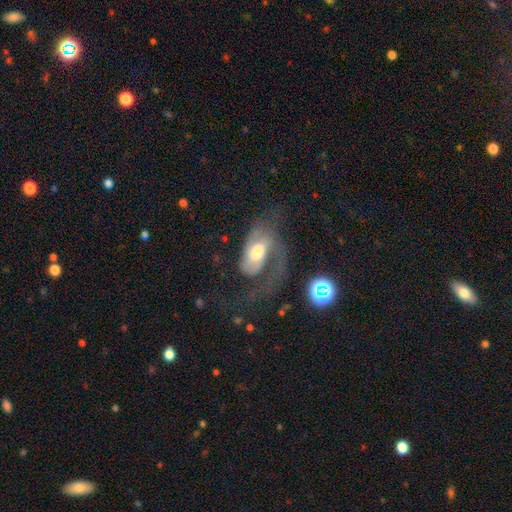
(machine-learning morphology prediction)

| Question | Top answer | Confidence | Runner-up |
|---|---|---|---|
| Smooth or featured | featured or disk | 69% | smooth (24%) |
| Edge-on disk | no | 96% | yes (4%) |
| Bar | no | 49% | weak (39%) |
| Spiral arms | yes | 84% | no (16%) |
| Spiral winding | loose | 45% | medium (39%) |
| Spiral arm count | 1 | 53% | 2 (29%) |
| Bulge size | moderate | 57% | large (27%) |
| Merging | major disturbance | 53% | none (28%) |